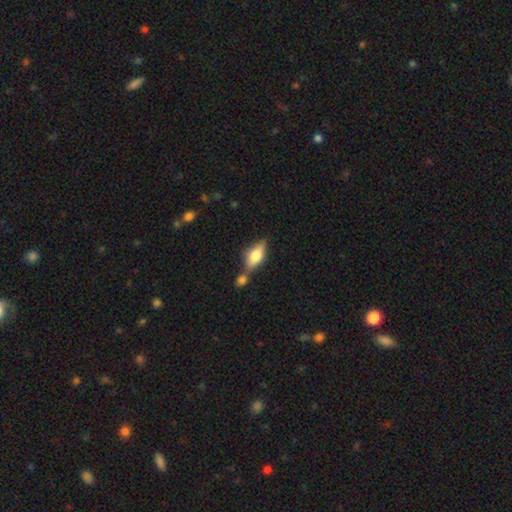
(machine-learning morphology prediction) The model was most divided on "merging": none: 50%, merger: 30%, minor disturbance: 15%, major disturbance: 5%. More confident: how rounded — in between (77%); smooth or featured — smooth (59%).